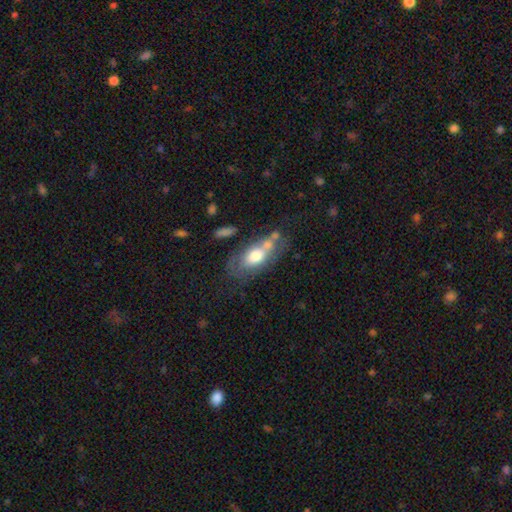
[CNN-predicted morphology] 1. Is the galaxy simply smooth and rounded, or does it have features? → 61% smooth, 31% featured or disk, 7% star or artifact.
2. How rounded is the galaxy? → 84% in between, 9% cigar-shaped, 7% round.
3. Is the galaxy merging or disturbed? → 41% none, 24% minor disturbance, 20% merger, 16% major disturbance.